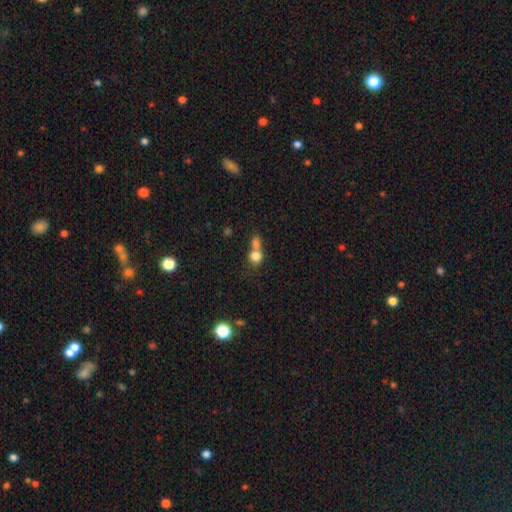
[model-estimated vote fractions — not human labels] This appears to be a smooth galaxy with no disk features (77%) that is round (73%). Merging: merger (60%).